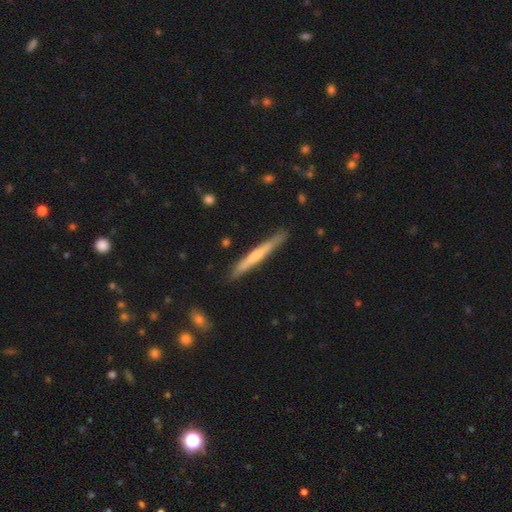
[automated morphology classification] This appears to be a featured or disk galaxy (49%). Merging: none (85%).